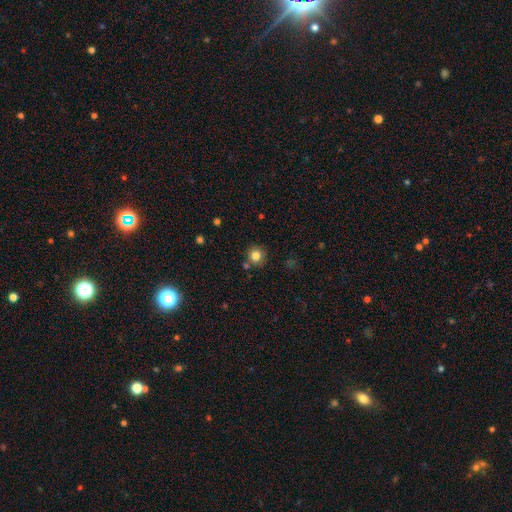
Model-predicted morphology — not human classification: Q: Smooth or featured?
A: smooth (81%); runner-up: star or artifact (12%)
Q: How rounded?
A: round (92%); runner-up: in between (7%)
Q: Merging?
A: none (81%); runner-up: minor disturbance (9%)